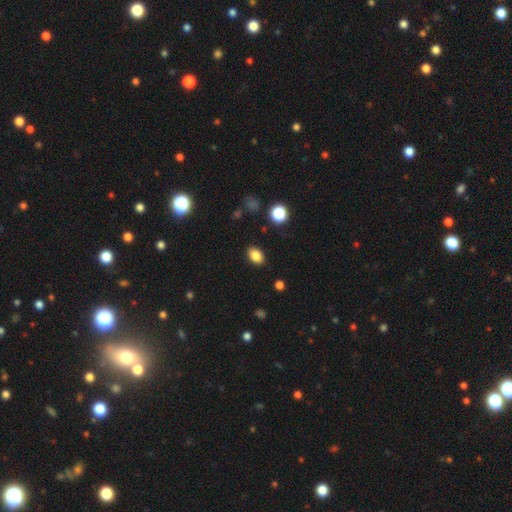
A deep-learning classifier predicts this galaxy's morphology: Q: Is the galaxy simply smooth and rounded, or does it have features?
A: smooth — 85%.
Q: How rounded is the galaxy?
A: in between — 82%.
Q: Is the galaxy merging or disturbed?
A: none — 87%.